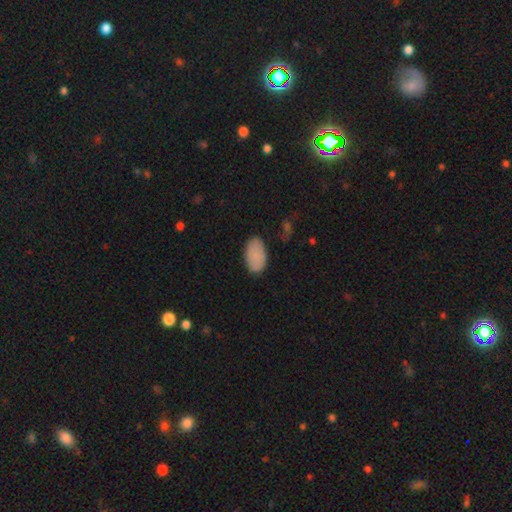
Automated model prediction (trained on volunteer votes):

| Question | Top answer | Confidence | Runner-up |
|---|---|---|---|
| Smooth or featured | smooth | 86% | star or artifact (7%) |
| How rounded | in between | 94% | round (4%) |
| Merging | none | 82% | minor disturbance (14%) |